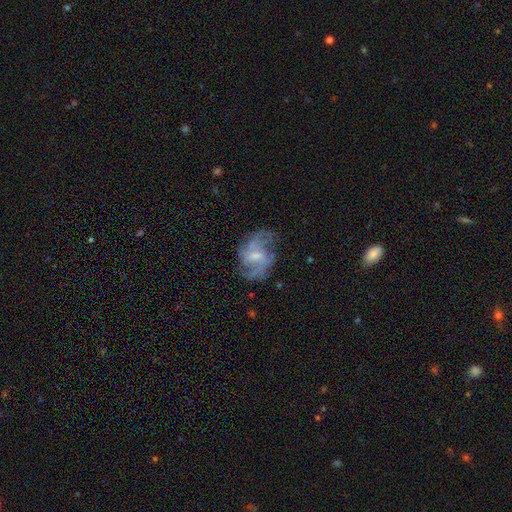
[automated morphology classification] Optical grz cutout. It shows a featured or disk galaxy (76%) with a weak bar (52%), 2 (54%) medium (48%) spiral arms (87%) and a small central bulge (48%). Merging: none (59%).